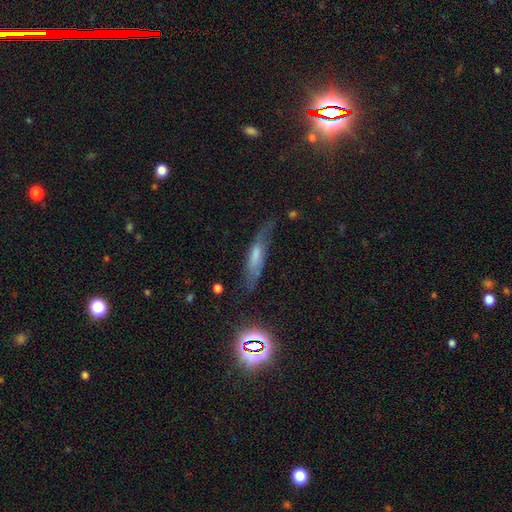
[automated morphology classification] The model was most divided on "smooth or featured": featured or disk: 42%, smooth: 41%, star or artifact: 17%. More confident: merging — none (63%).